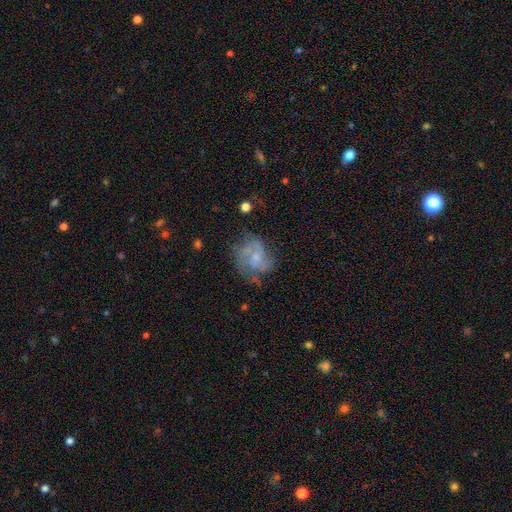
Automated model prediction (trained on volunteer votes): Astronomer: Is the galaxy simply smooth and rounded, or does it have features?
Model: featured or disk — 70%.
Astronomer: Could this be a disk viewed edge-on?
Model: no — 98%.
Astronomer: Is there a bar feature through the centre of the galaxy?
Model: no — 71%.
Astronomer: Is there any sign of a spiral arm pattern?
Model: yes — 81%.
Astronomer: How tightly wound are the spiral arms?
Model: medium — 46% (runner-up: tight, 35%).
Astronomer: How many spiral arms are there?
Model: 2 — 31% (runner-up: can't tell, 28%).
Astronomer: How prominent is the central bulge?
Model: small — 58%.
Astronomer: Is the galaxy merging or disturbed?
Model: none — 55%.